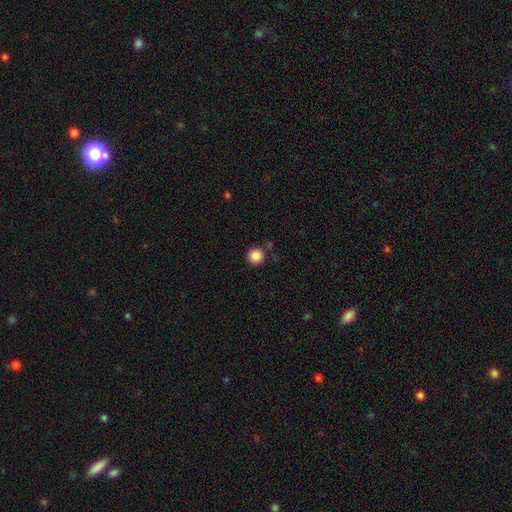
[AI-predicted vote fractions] smooth 87%, star or artifact 10%, featured or disk 4%. Down the decision tree: how rounded — round (96%); merging — none (88%).